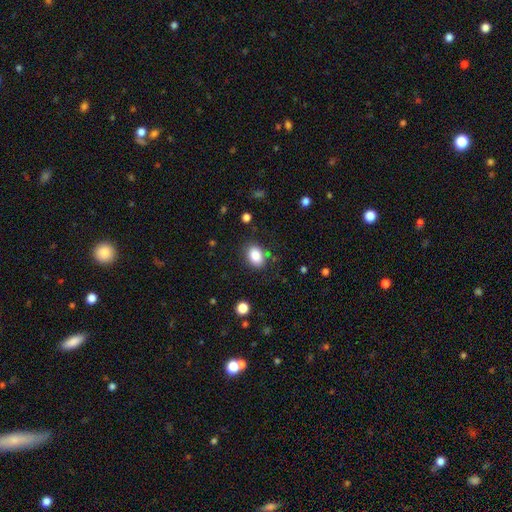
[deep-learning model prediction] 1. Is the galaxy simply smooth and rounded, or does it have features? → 86% smooth, 9% star or artifact, 5% featured or disk.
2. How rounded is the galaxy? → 76% in between, 23% round, 1% cigar-shaped.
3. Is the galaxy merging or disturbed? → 81% none, 13% minor disturbance, 4% major disturbance, 2% merger.